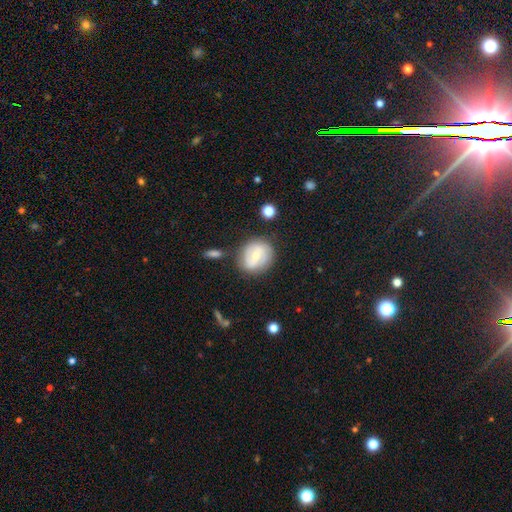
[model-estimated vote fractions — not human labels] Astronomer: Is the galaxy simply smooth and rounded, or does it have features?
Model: featured or disk — 52% (runner-up: smooth, 41%).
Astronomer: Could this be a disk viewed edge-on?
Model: no — 96%.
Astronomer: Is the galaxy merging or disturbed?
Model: none — 72%.